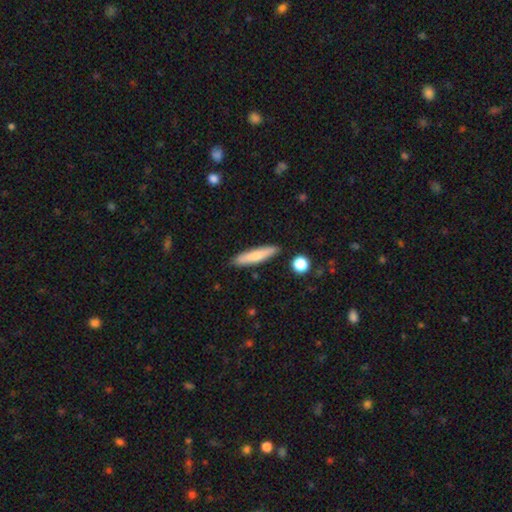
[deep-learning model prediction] This is likely a smooth galaxy (74%). How rounded: clearly cigar-shaped (84%). Merging: clearly none (87%).